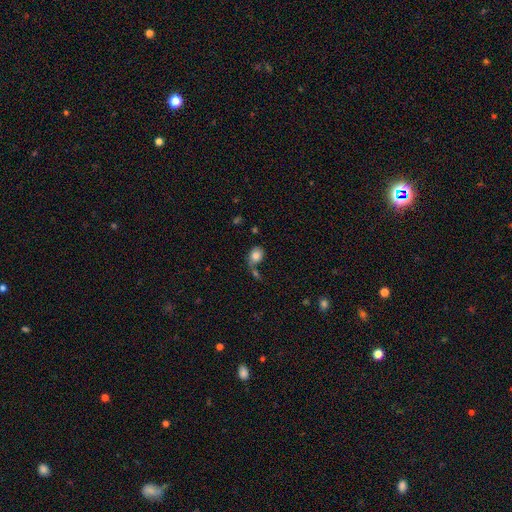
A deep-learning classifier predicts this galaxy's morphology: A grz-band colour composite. It shows a smooth galaxy with no disk features (83%) that is in between round and cigar-shaped (56%). Merging: none (51%).